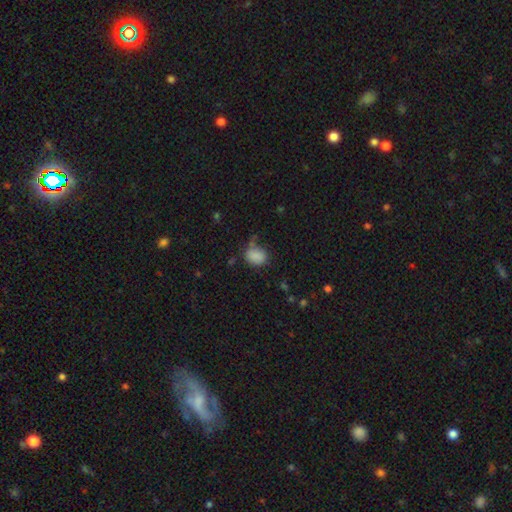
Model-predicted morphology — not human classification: type=smooth (85%); roundness=in between (63%); merging=none (65%).